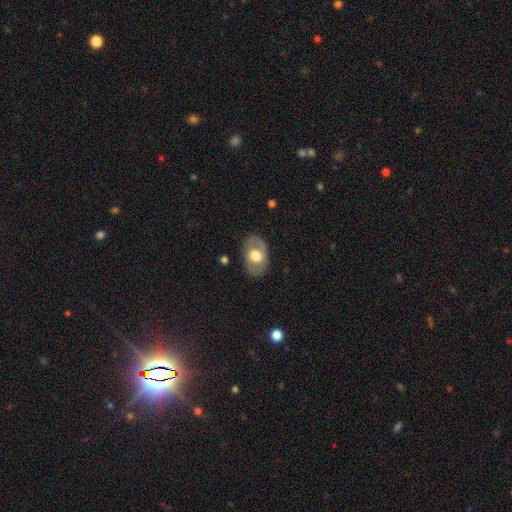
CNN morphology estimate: A featured or disk galaxy (52%). Merging: none (80%).